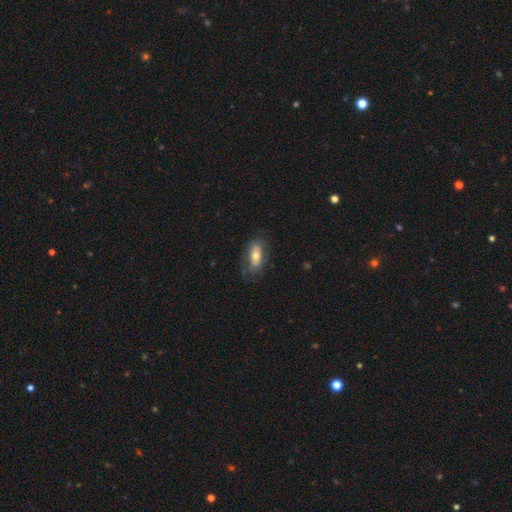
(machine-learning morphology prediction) A smooth galaxy with no disk features (59%) that is in between round and cigar-shaped (81%).

Vote fractions:
- Smooth or featured? smooth: 59% / featured or disk: 34% / star or artifact: 7%
- How rounded? in between: 81% / cigar-shaped: 14% / round: 4%
- Merging? none: 63% / minor disturbance: 23% / major disturbance: 12% / merger: 1%